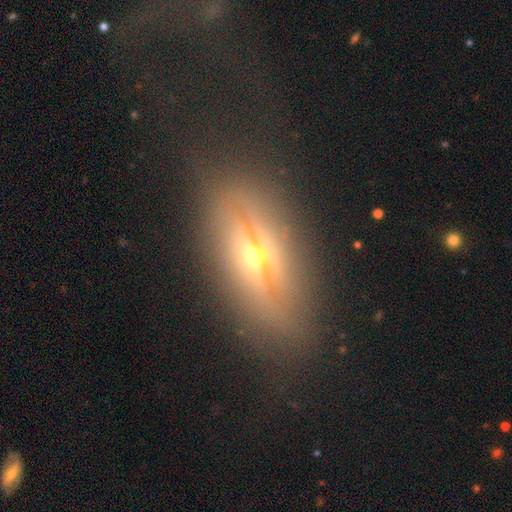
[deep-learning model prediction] Smooth or featured: featured or disk — 70% (smooth — 20%)
Edge-on disk: yes — 80% (no — 20%)
Edge-on bulge: rounded — 92% (none — 4%)
Merging: none — 78% (minor disturbance — 14%)